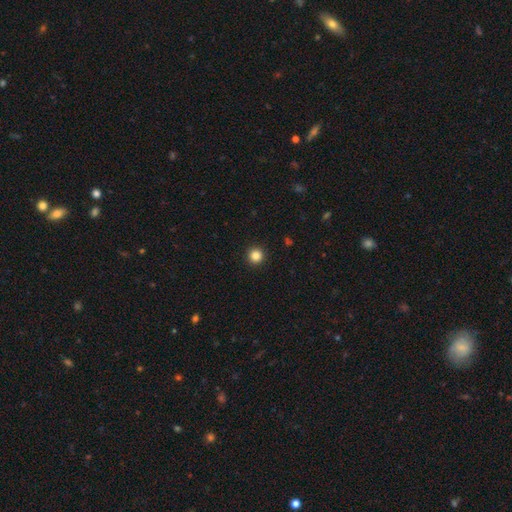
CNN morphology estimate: Q: Smooth or featured?
A: smooth (84%); runner-up: star or artifact (12%)
Q: How rounded?
A: round (96%); runner-up: in between (3%)
Q: Merging?
A: none (93%); runner-up: minor disturbance (4%)